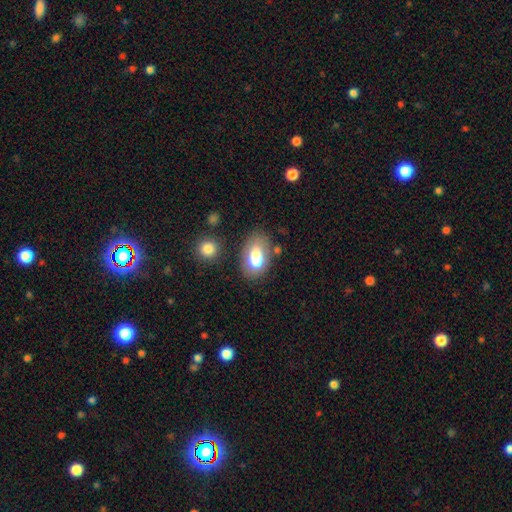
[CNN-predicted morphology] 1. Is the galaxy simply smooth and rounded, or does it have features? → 72% smooth, 19% featured or disk, 9% star or artifact.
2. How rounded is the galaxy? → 89% in between, 9% round, 2% cigar-shaped.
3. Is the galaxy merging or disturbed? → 55% none, 19% minor disturbance, 19% merger, 7% major disturbance.